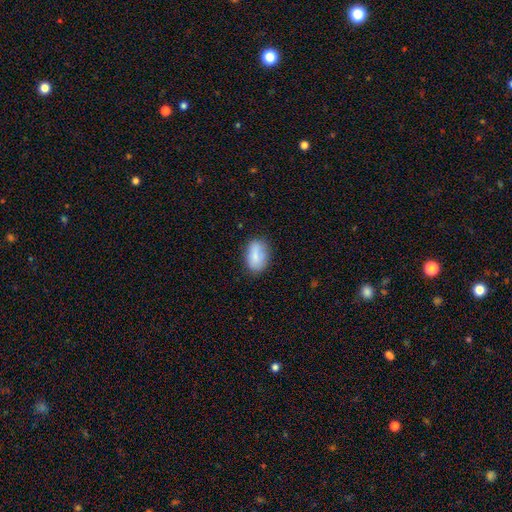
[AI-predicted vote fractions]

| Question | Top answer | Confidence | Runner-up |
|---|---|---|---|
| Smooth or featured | smooth | 82% | featured or disk (11%) |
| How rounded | in between | 90% | round (8%) |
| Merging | none | 77% | minor disturbance (18%) |